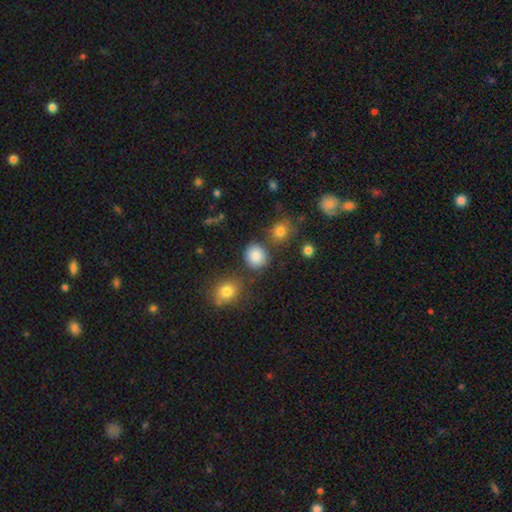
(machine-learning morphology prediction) smooth_or_featured: smooth (p=0.84) [alt: star or artifact p=0.10]
how_rounded: round (p=0.81) [alt: in between p=0.18]
merging: none (p=0.78) [alt: minor disturbance p=0.11]